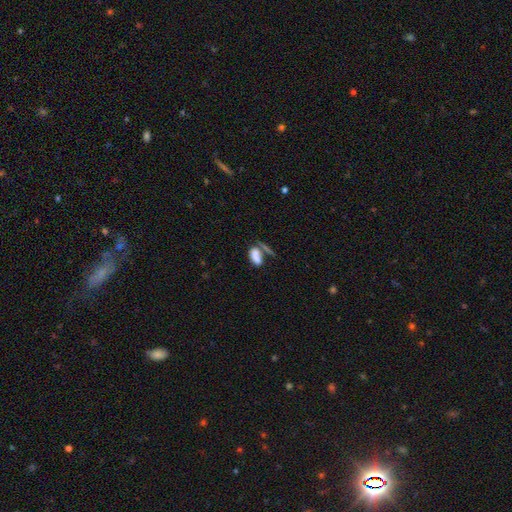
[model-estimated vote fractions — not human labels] Q: Smooth or featured?
A: smooth (76%); runner-up: featured or disk (13%)
Q: How rounded?
A: in between (84%); runner-up: cigar-shaped (8%)
Q: Merging?
A: merger (43%); runner-up: none (33%)